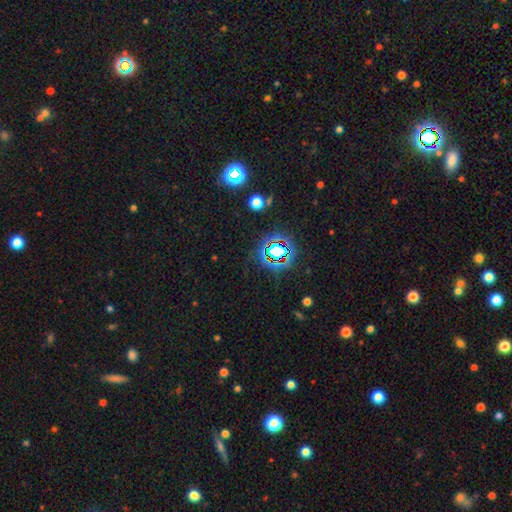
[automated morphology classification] smooth-or-featured: star or artifact: 78% | smooth: 14% | featured or disk: 8%